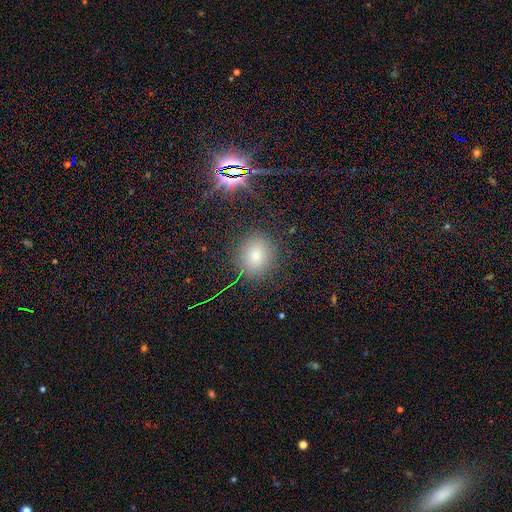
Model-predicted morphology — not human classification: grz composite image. It shows a smooth galaxy with no disk features (73%) that is round (73%). Merging: none (84%).